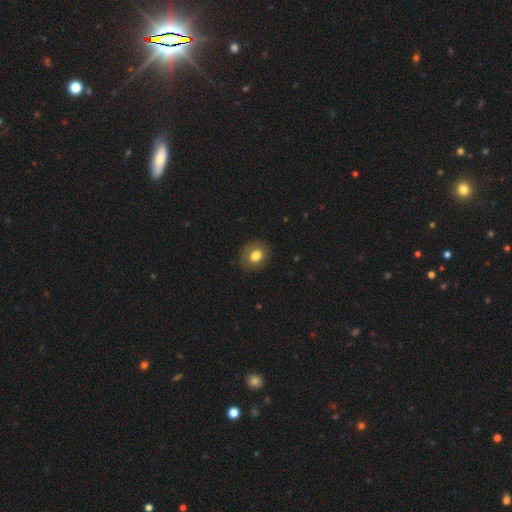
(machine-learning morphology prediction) type=smooth (79%); roundness=round (55%); merging=none (84%).